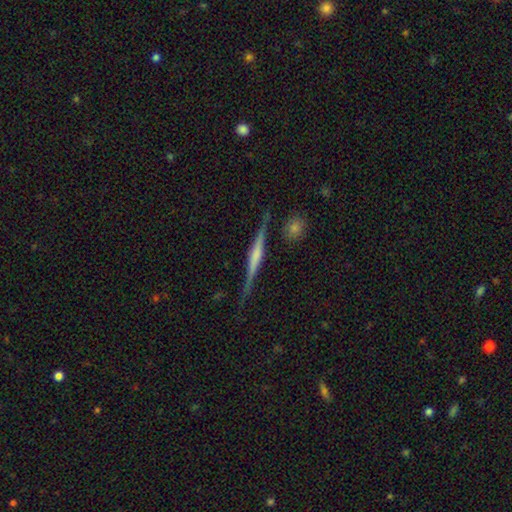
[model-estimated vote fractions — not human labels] This is likely a featured or disk galaxy (76%). It is clearly viewed edge-on (98%). Edge-on bulge: possibly rounded (49%). Merging: clearly none (85%).